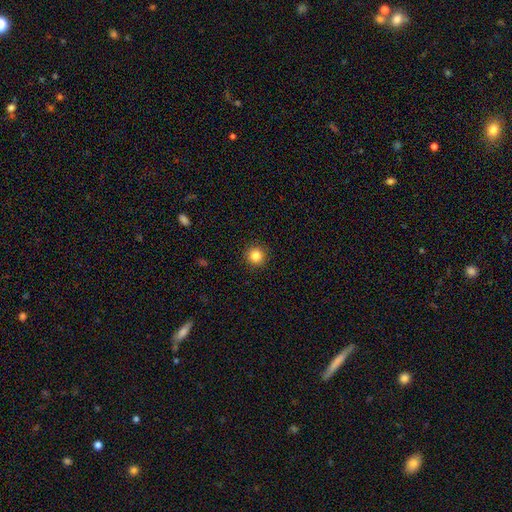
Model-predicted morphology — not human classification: Q: Smooth or featured?
A: smooth (85%); runner-up: star or artifact (11%)
Q: How rounded?
A: round (96%); runner-up: in between (4%)
Q: Merging?
A: none (93%); runner-up: minor disturbance (5%)